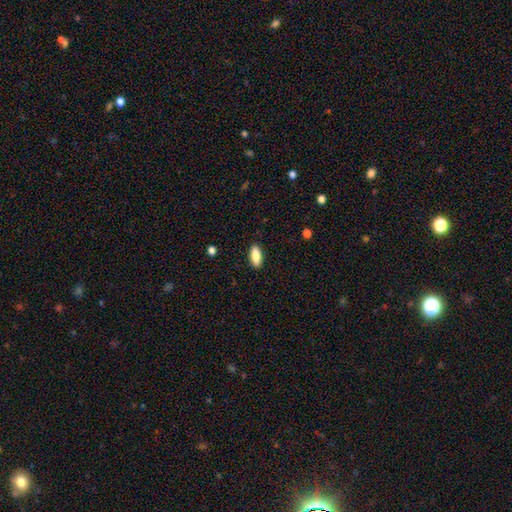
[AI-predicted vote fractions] smooth_or_featured: smooth (p=0.83) [alt: featured or disk p=0.11]
how_rounded: in between (p=0.78) [alt: cigar-shaped p=0.20]
merging: none (p=0.89) [alt: minor disturbance p=0.08]